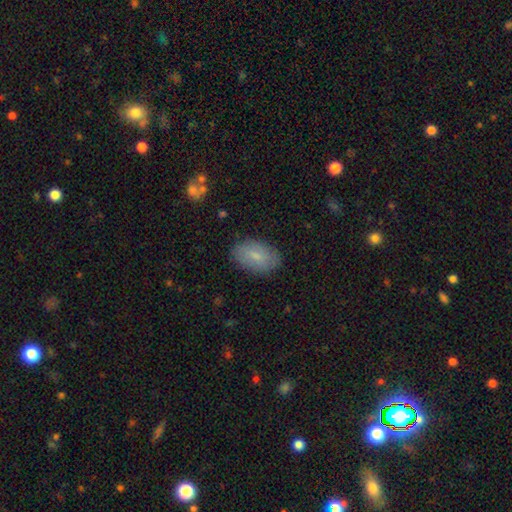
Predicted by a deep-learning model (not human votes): Smooth or featured? Predicted: smooth (p=0.79). How rounded? Predicted: in between (p=0.93). Merging? Predicted: none (p=0.85).